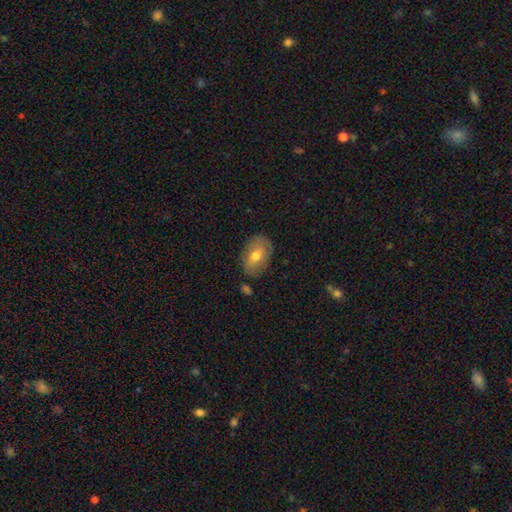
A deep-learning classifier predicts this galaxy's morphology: This appears to be a smooth galaxy with no disk features (63%) that is in between round and cigar-shaped (82%). Merging: none (79%).